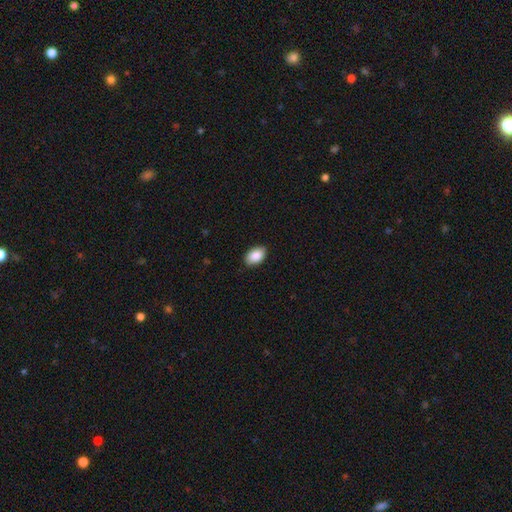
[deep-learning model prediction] smooth-or-featured: smooth: 89% | star or artifact: 7% | featured or disk: 4%
  how-rounded: in between: 92% | round: 7% | cigar-shaped: 1%
  merging: none: 89% | minor disturbance: 8% | major disturbance: 2% | merger: 1%